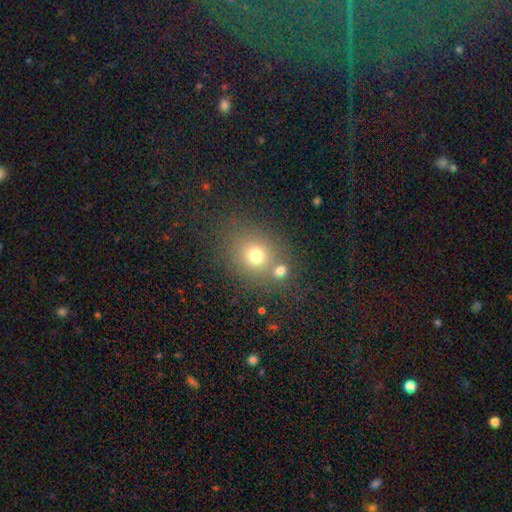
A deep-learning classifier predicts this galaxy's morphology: smooth-or-featured: smooth: 71% | star or artifact: 17% | featured or disk: 12%
  how-rounded: round: 76% | in between: 23% | cigar-shaped: 1%
  merging: none: 61% | merger: 24% | minor disturbance: 10% | major disturbance: 5%